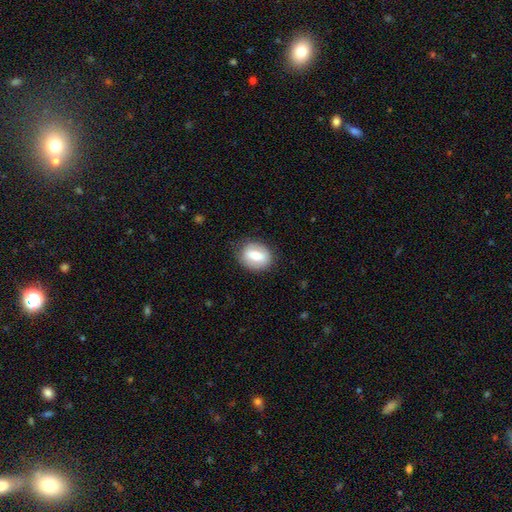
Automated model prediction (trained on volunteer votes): A smooth galaxy with no disk features (67%) that is in between round and cigar-shaped (62%).

Vote fractions:
- Smooth or featured? smooth: 67% / featured or disk: 26% / star or artifact: 7%
- How rounded? in between: 62% / round: 36% / cigar-shaped: 2%
- Merging? none: 80% / minor disturbance: 15% / major disturbance: 4% / merger: 1%